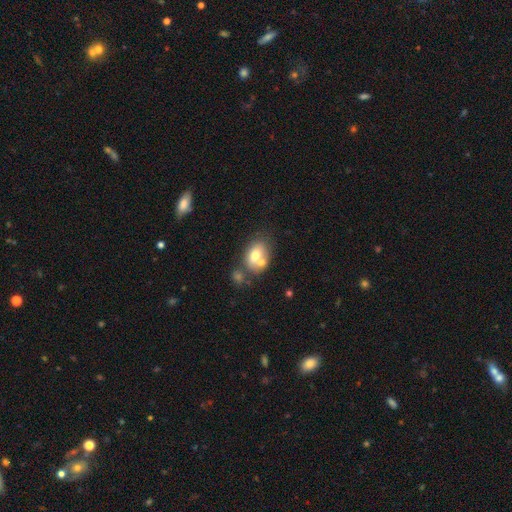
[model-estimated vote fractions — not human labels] This is likely a smooth galaxy (68%). How rounded: likely in between (76%). Merging: marginally none (41%).